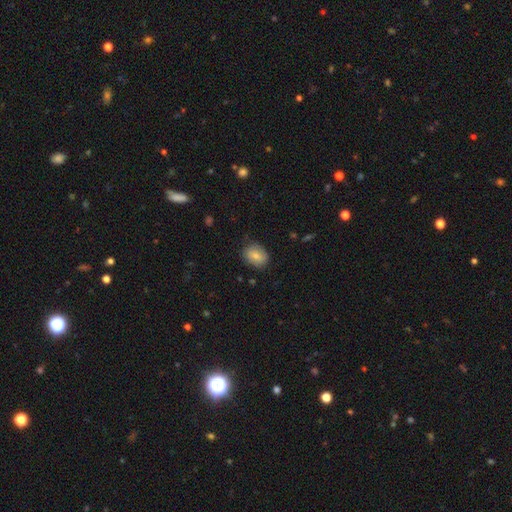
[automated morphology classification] type=smooth (79%); roundness=in between (65%); merging=none (78%).